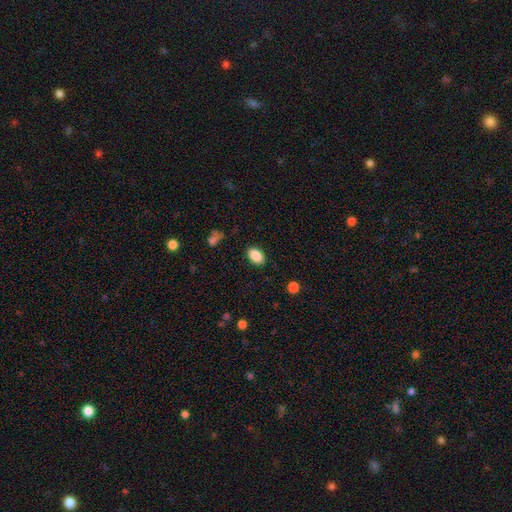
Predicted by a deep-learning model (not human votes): smooth-or-featured: smooth: 88% | star or artifact: 8% | featured or disk: 4%
  how-rounded: in between: 90% | round: 9% | cigar-shaped: 1%
  merging: none: 87% | minor disturbance: 9% | major disturbance: 3% | merger: 1%